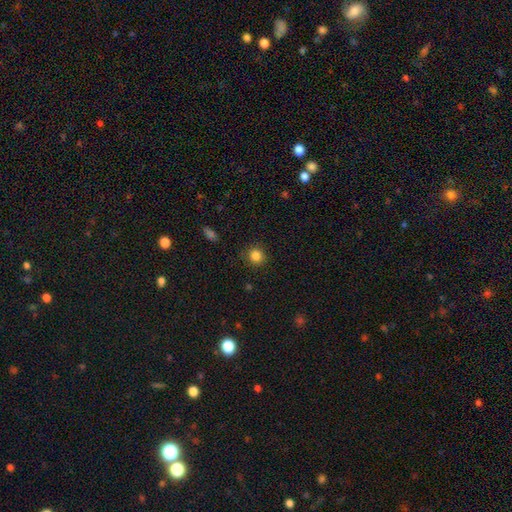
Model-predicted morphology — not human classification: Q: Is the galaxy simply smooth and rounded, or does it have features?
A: smooth — 84%.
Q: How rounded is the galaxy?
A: round — 88%.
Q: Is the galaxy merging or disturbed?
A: none — 87%.